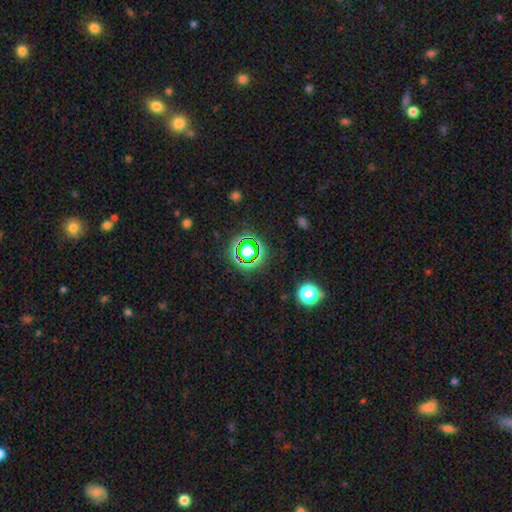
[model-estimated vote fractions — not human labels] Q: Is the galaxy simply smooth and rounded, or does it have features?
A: star or artifact — 72%.